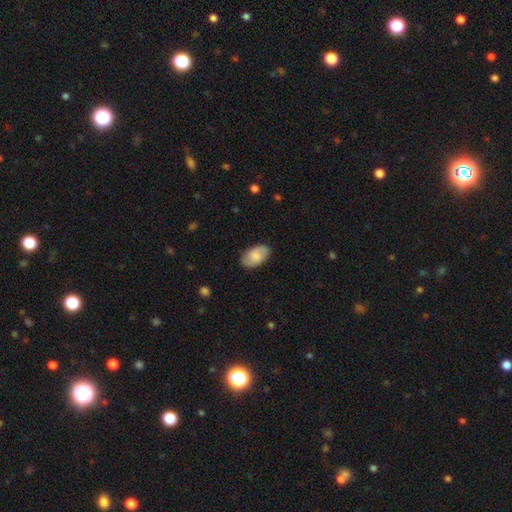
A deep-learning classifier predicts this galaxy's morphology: Overall: smooth (69%). How rounded: in between (94%). Merging: none (84%).